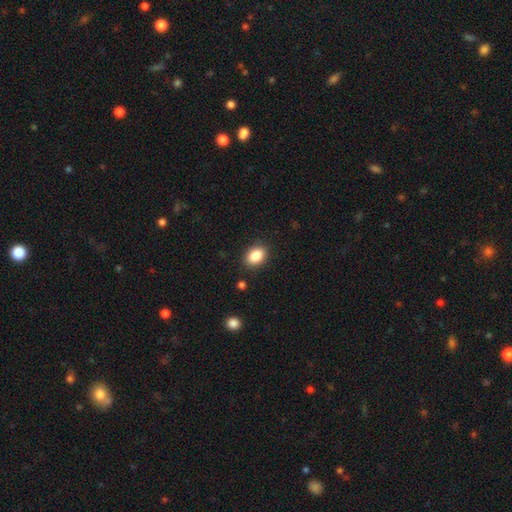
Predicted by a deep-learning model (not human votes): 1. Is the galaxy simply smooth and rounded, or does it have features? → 86% smooth, 8% star or artifact, 5% featured or disk.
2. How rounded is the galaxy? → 75% in between, 24% round, 1% cigar-shaped.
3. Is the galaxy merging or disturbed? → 87% none, 9% minor disturbance, 3% major disturbance, 1% merger.